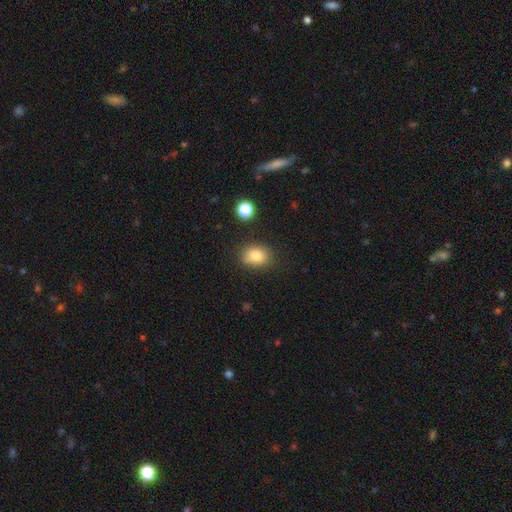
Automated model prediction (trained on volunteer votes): Morphology: type=smooth (81%); roundness=in between (60%); merging=none (76%).